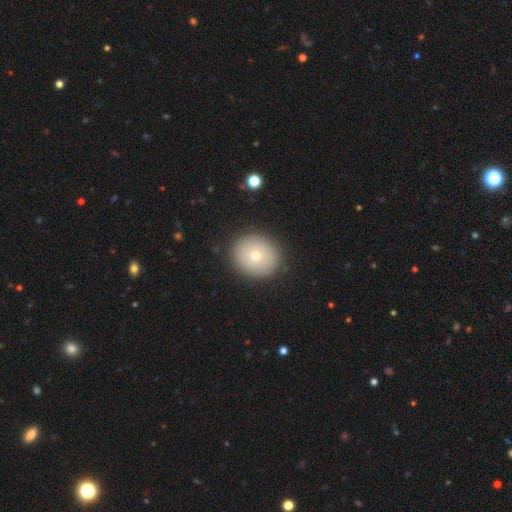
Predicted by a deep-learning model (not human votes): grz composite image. It shows a smooth galaxy with no disk features (69%) that is round (81%). Merging: none (88%).